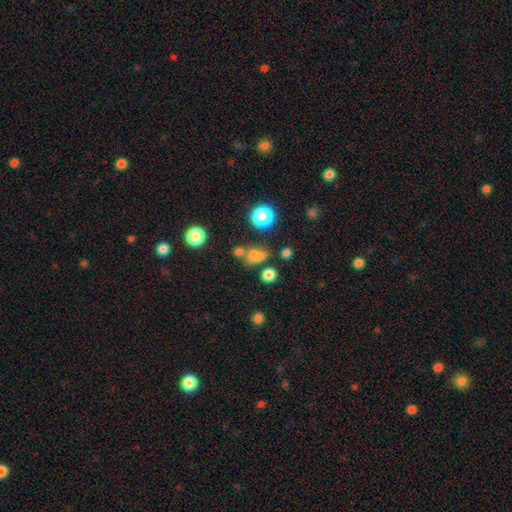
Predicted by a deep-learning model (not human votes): Smooth or featured? Predicted: smooth (p=0.69). How rounded? Predicted: in between (p=0.50). Merging? Predicted: none (p=0.48).